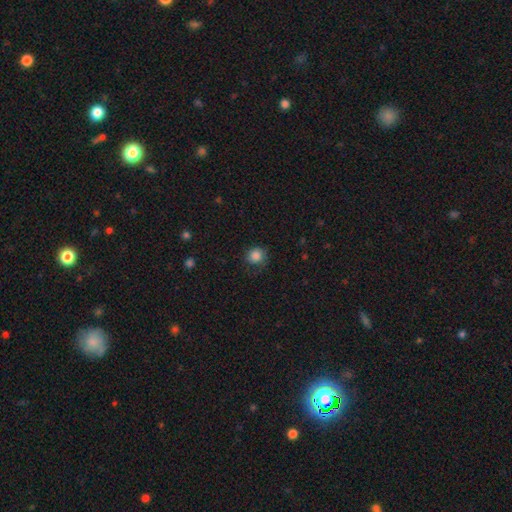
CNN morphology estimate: smooth-or-featured: smooth: 83% | star or artifact: 9% | featured or disk: 8%
  how-rounded: round: 83% | in between: 16% | cigar-shaped: 1%
  merging: none: 63% | minor disturbance: 23% | major disturbance: 13% | merger: 1%